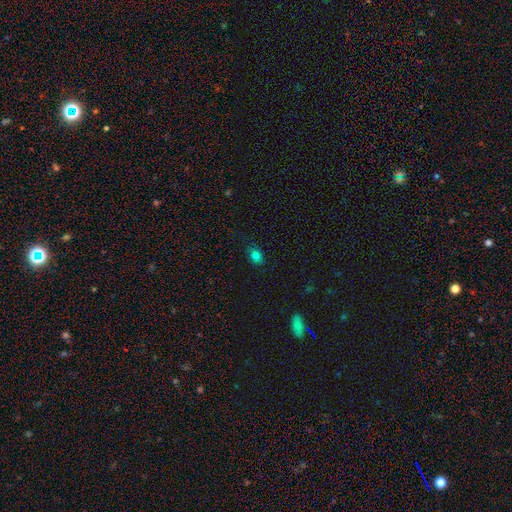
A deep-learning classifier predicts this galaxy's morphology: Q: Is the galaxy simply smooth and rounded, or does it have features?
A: smooth — 80%.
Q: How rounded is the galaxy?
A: in between — 71%.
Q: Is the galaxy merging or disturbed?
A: none — 81%.